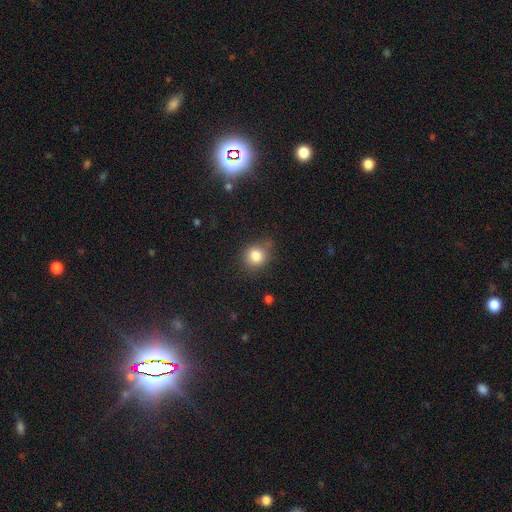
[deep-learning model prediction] Smooth or featured: smooth — 82% (star or artifact — 12%)
How rounded: round — 76% (in between — 23%)
Merging: none — 70% (minor disturbance — 22%)